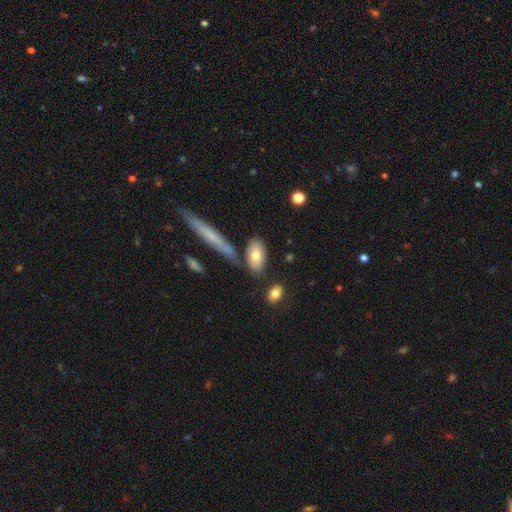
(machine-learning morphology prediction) Q: Smooth or featured?
A: smooth (74%); runner-up: featured or disk (20%)
Q: How rounded?
A: in between (88%); runner-up: cigar-shaped (9%)
Q: Merging?
A: none (71%); runner-up: minor disturbance (14%)